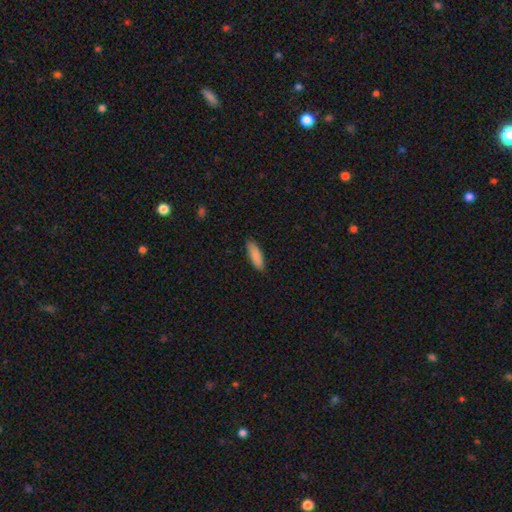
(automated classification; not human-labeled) A smooth galaxy with no disk features (88%) that is in between round and cigar-shaped (54%). Merging: none (87%).